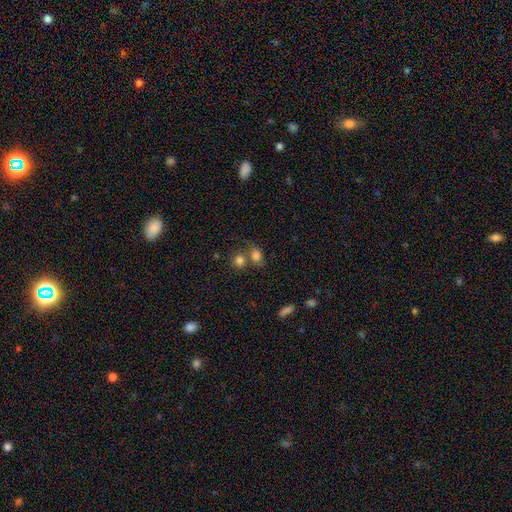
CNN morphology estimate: smooth-or-featured: smooth: 79% | star or artifact: 13% | featured or disk: 8%
  how-rounded: round: 56% | in between: 42% | cigar-shaped: 2%
  merging: none: 45% | merger: 39% | minor disturbance: 11% | major disturbance: 5%